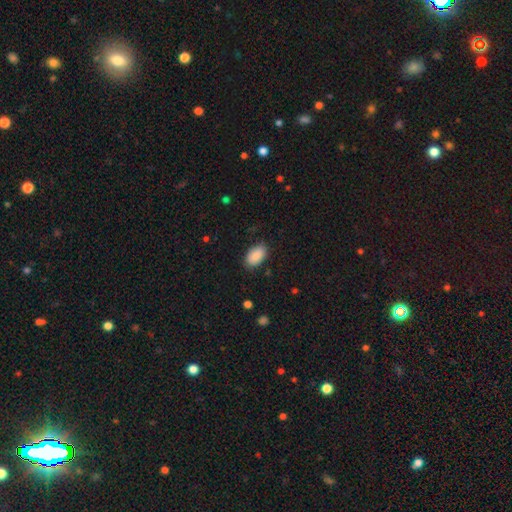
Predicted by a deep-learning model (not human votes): Smooth or featured? Predicted: smooth (p=0.89). How rounded? Predicted: in between (p=0.93). Merging? Predicted: none (p=0.85).